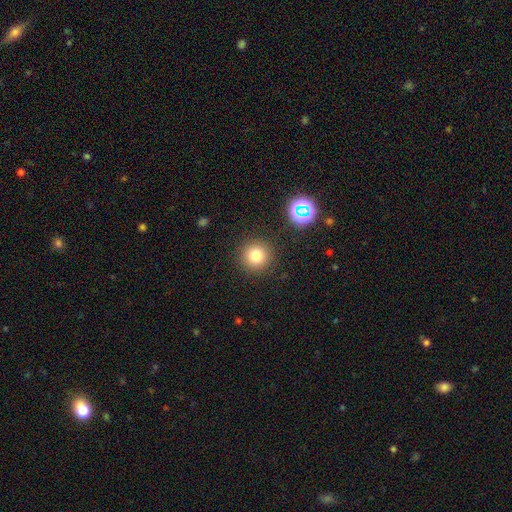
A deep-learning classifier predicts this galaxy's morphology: smooth 77%, star or artifact 15%, featured or disk 8%. Down the decision tree: how rounded — round (95%); merging — none (89%).